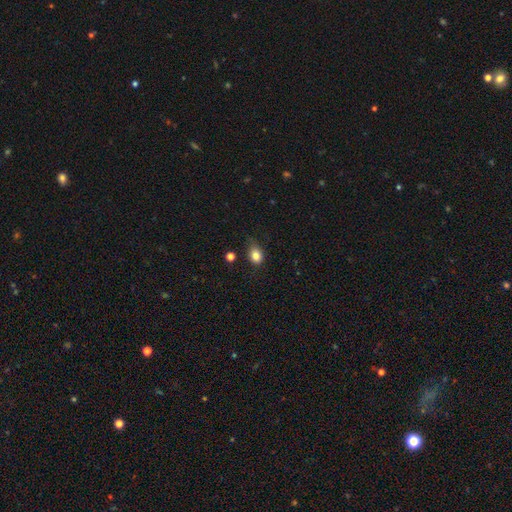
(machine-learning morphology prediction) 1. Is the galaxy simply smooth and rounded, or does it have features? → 83% smooth, 11% star or artifact, 7% featured or disk.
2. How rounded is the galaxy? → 54% in between, 45% round, 1% cigar-shaped.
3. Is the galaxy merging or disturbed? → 61% none, 29% minor disturbance, 7% major disturbance, 3% merger.